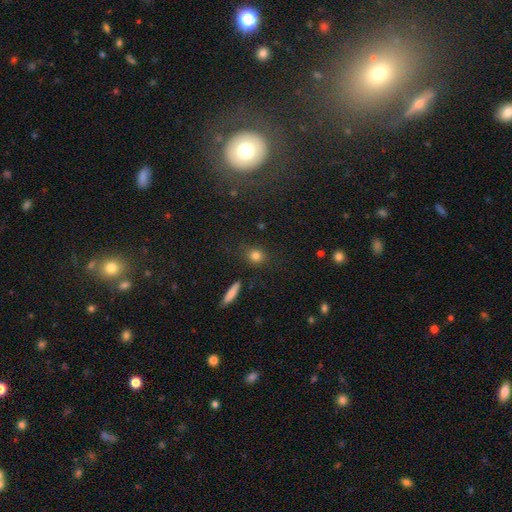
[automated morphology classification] smooth-or-featured: smooth: 81% | star or artifact: 12% | featured or disk: 8%
  how-rounded: round: 71% | in between: 25% | cigar-shaped: 4%
  merging: none: 83% | minor disturbance: 11% | major disturbance: 4% | merger: 3%